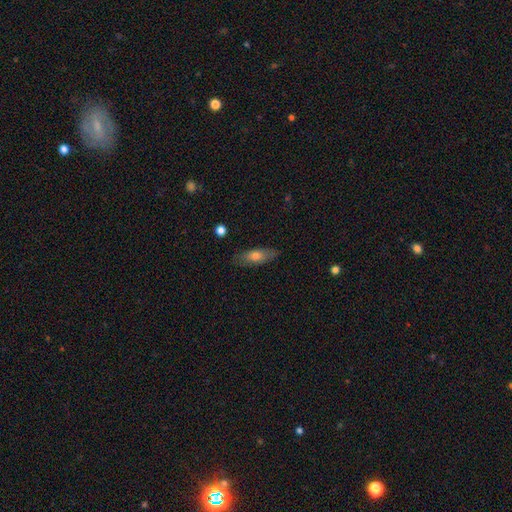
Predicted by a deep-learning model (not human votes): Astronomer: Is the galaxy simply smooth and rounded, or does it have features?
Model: smooth — 68%.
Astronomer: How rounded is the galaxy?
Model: in between — 62%.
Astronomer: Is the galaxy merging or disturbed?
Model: none — 83%.